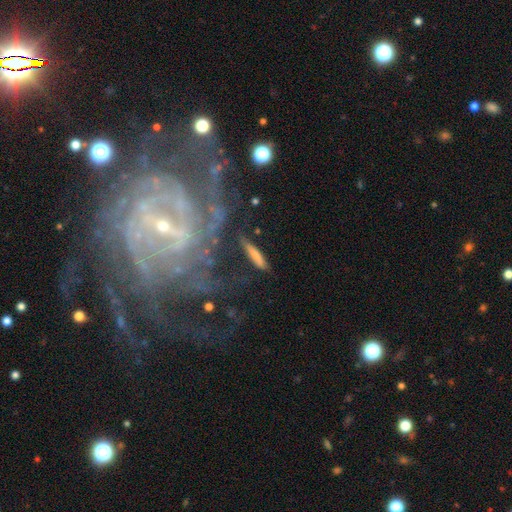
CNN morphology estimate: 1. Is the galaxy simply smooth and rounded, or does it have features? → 68% smooth, 25% featured or disk, 7% star or artifact.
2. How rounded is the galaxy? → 86% cigar-shaped, 12% in between, 2% round.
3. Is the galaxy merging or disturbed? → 66% none, 19% minor disturbance, 9% major disturbance, 7% merger.